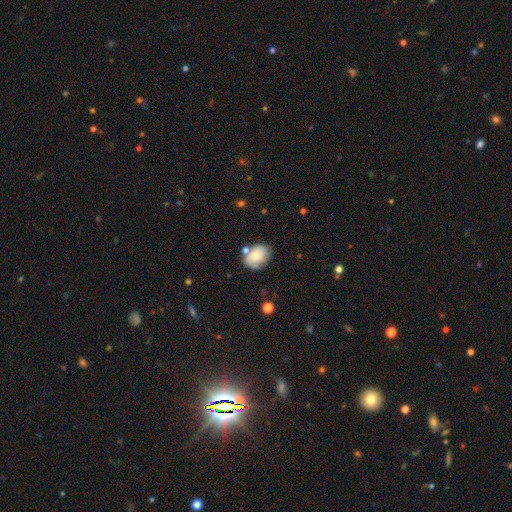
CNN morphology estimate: Smooth or featured?
  - smooth: 64% *
  - featured or disk: 28%
  - star or artifact: 8%
How rounded?
  - in between: 70% *
  - round: 29%
  - cigar-shaped: 1%
Merging?
  - none: 57% *
  - minor disturbance: 24%
  - merger: 12%
  - major disturbance: 7%